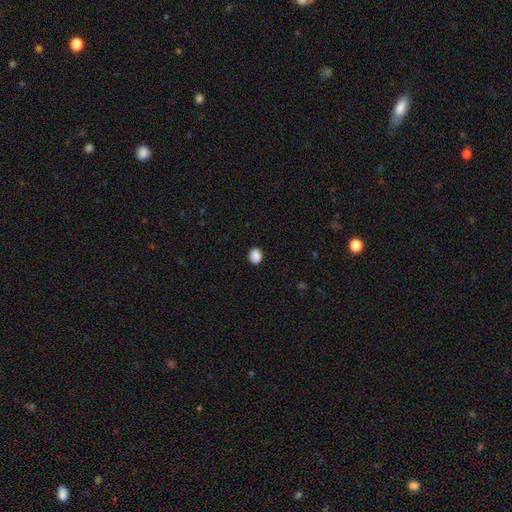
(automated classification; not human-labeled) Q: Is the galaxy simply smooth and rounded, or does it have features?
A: smooth — 89%.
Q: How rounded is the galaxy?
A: in between — 51%.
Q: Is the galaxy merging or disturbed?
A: none — 90%.